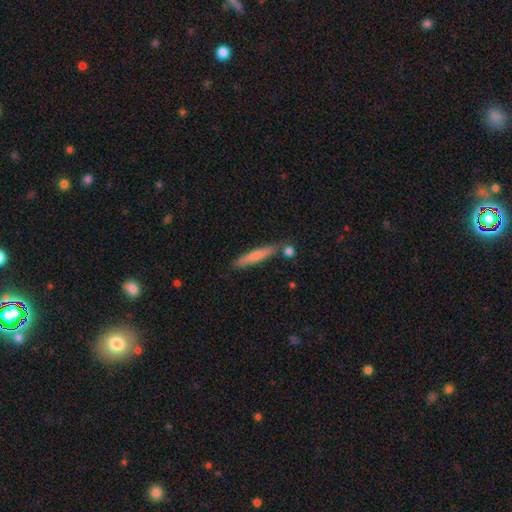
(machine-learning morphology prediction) smooth_or_featured: smooth (p=0.69) [alt: featured or disk p=0.25]
how_rounded: cigar-shaped (p=0.93) [alt: in between p=0.05]
merging: none (p=0.80) [alt: minor disturbance p=0.11]